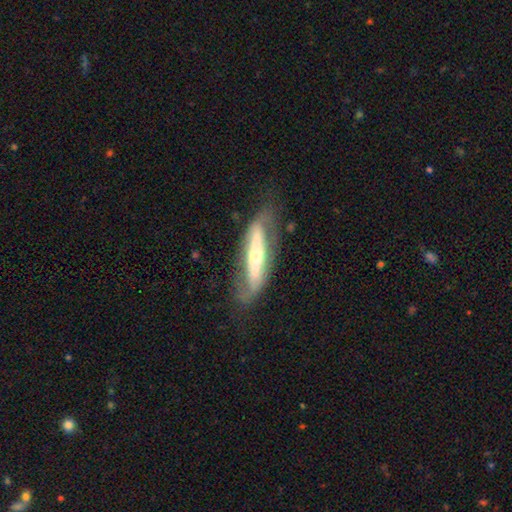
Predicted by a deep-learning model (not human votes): Q: Smooth or featured?
A: featured or disk (72%); runner-up: smooth (23%)
Q: Edge-on disk?
A: yes (51%); runner-up: no (49%)
Q: Merging?
A: none (63%); runner-up: minor disturbance (21%)